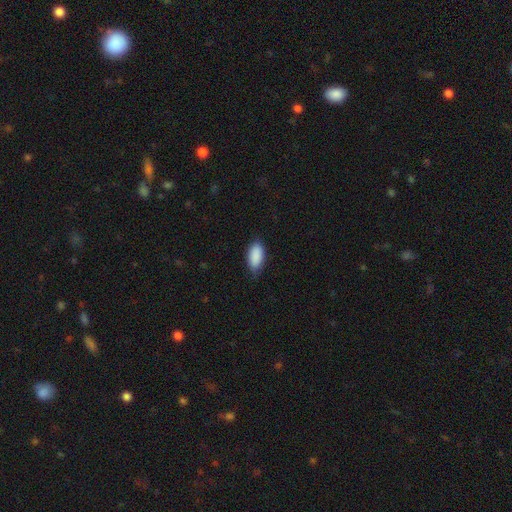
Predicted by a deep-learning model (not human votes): Morphology: type=smooth (90%); roundness=in between (92%); merging=none (75%).